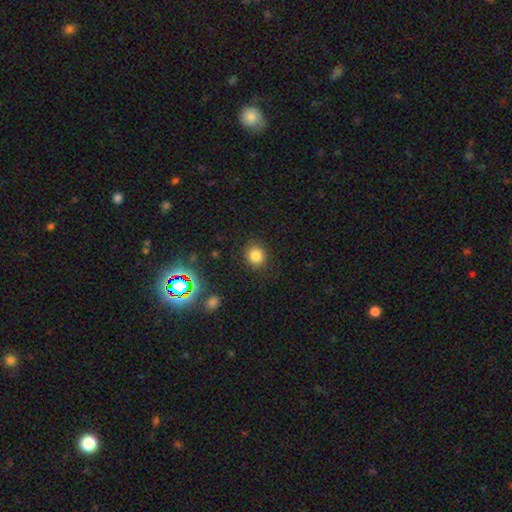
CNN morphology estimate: Smooth or featured? Predicted: smooth (p=0.81). How rounded? Predicted: round (p=0.77). Merging? Predicted: none (p=0.86).